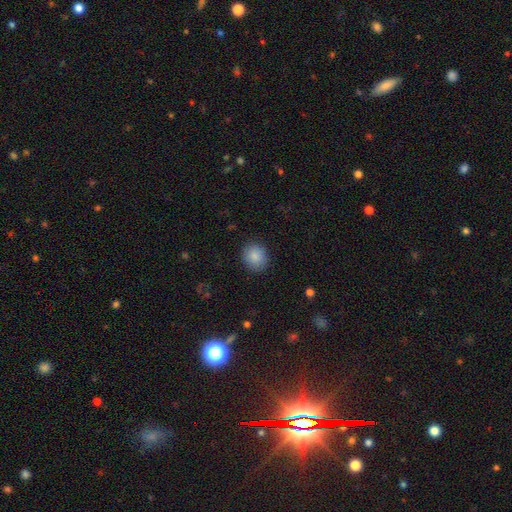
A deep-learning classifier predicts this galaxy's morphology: This is clearly a smooth galaxy (87%). How rounded: likely round (74%). Merging: clearly none (88%).